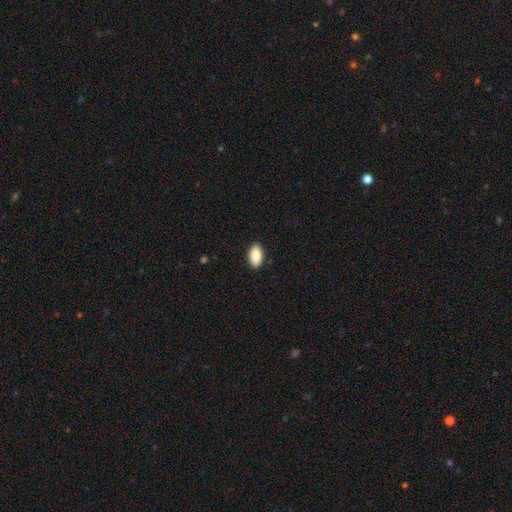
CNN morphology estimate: A smooth galaxy with no disk features (87%) that is in between round and cigar-shaped (94%).

Vote fractions:
- Smooth or featured? smooth: 87% / star or artifact: 7% / featured or disk: 6%
- How rounded? in between: 94% / round: 4% / cigar-shaped: 3%
- Merging? none: 90% / minor disturbance: 7% / major disturbance: 2% / merger: 1%